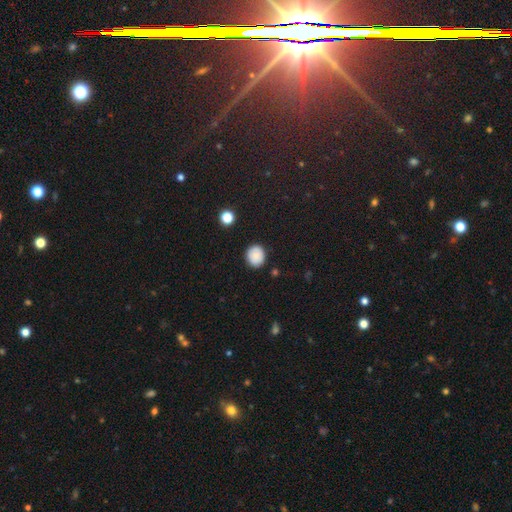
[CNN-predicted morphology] This is clearly a smooth galaxy (81%). How rounded: likely round (80%). Merging: clearly none (86%).